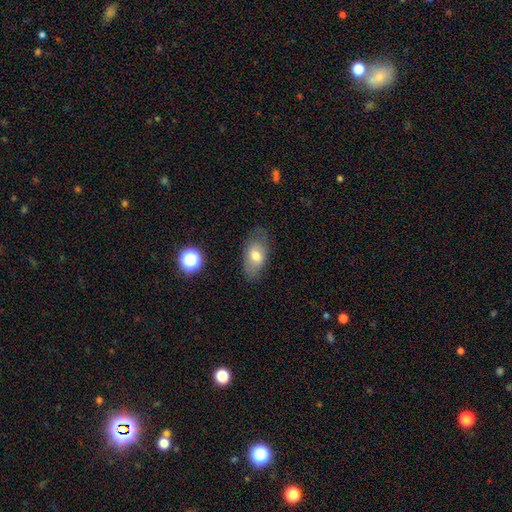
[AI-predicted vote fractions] Overall: smooth (68%). How rounded: in between (88%). Merging: none (70%).